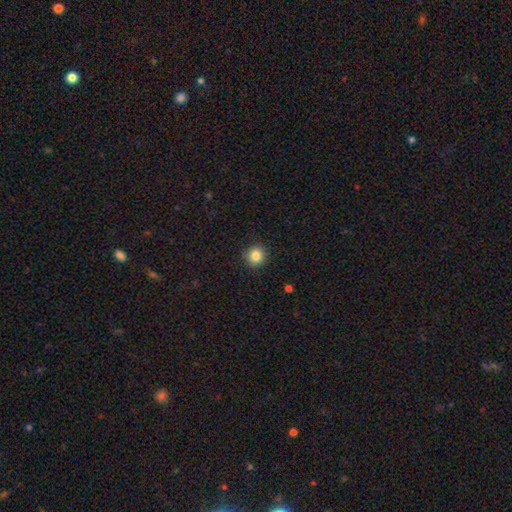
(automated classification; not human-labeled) The model was most divided on "smooth or featured": smooth: 85%, star or artifact: 10%, featured or disk: 5%. More confident: how rounded — round (90%); merging — none (90%).